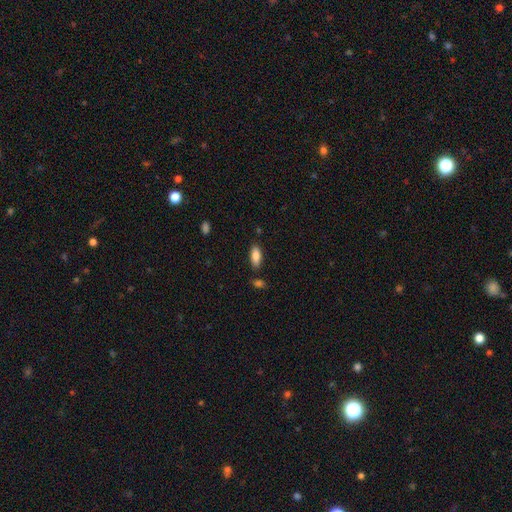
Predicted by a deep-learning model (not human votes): smooth 85%, featured or disk 9%, star or artifact 7%. Down the decision tree: how rounded — in between (79%); merging — none (81%).